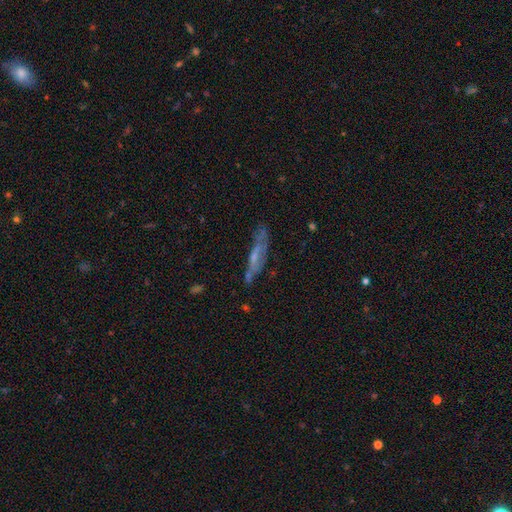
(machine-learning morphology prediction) Q: Smooth or featured?
A: featured or disk (58%); runner-up: smooth (33%)
Q: Edge-on disk?
A: yes (53%); runner-up: no (47%)
Q: Merging?
A: none (59%); runner-up: minor disturbance (24%)